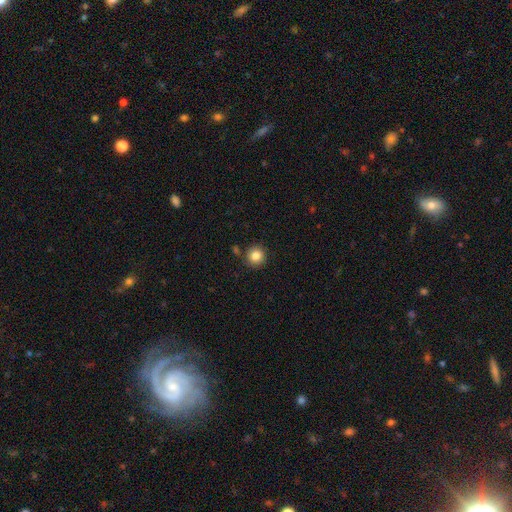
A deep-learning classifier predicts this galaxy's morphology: This appears to be a smooth galaxy with no disk features (84%) that is round (93%). Merging: none (83%).